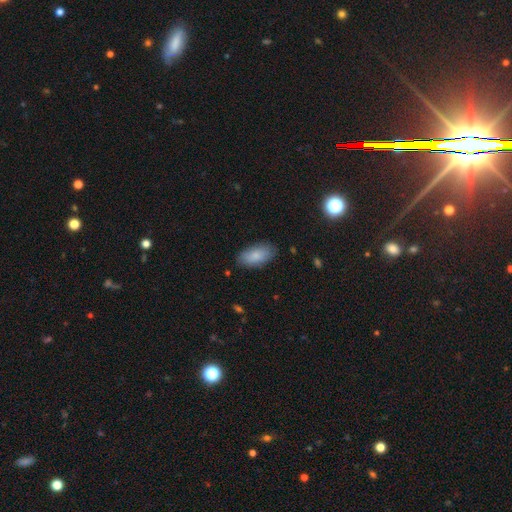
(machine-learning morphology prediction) The model was most divided on "merging": none: 83%, minor disturbance: 13%, major disturbance: 3%, merger: 1%. More confident: how rounded — in between (91%); smooth or featured — smooth (84%).